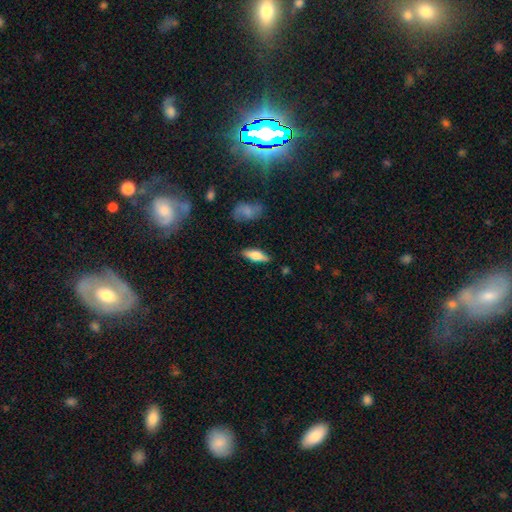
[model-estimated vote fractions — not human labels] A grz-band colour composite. It shows a smooth galaxy with no disk features (59%) that is in between round and cigar-shaped (58%). Merging: none (83%).